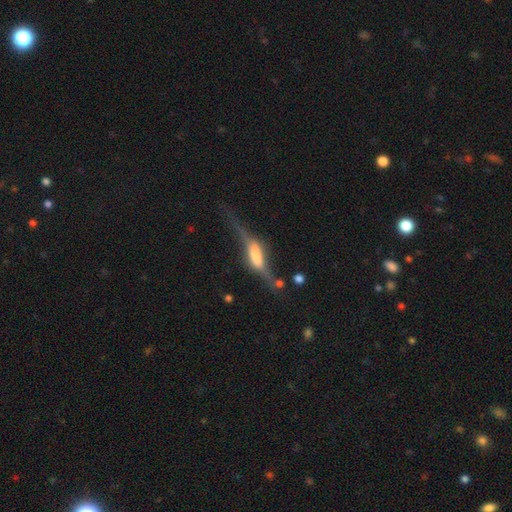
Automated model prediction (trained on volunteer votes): Smooth or featured? Predicted: featured or disk (p=0.67). Edge-on disk? Predicted: yes (p=0.74). Merging? Predicted: none (p=0.39).